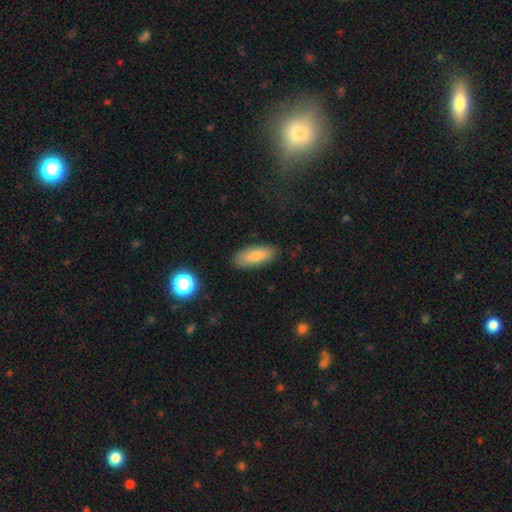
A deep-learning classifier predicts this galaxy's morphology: Smooth or featured?
  - smooth: 80% *
  - featured or disk: 13%
  - star or artifact: 7%
How rounded?
  - in between: 76% *
  - cigar-shaped: 22%
  - round: 2%
Merging?
  - none: 85% *
  - minor disturbance: 11%
  - major disturbance: 3%
  - merger: 1%